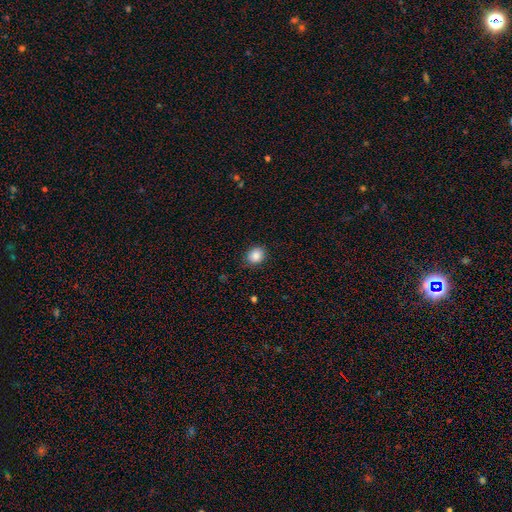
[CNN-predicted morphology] Smooth or featured?
  - smooth: 85% *
  - star or artifact: 9%
  - featured or disk: 5%
How rounded?
  - round: 71% *
  - in between: 28%
  - cigar-shaped: 1%
Merging?
  - none: 86% *
  - minor disturbance: 11%
  - major disturbance: 2%
  - merger: 1%